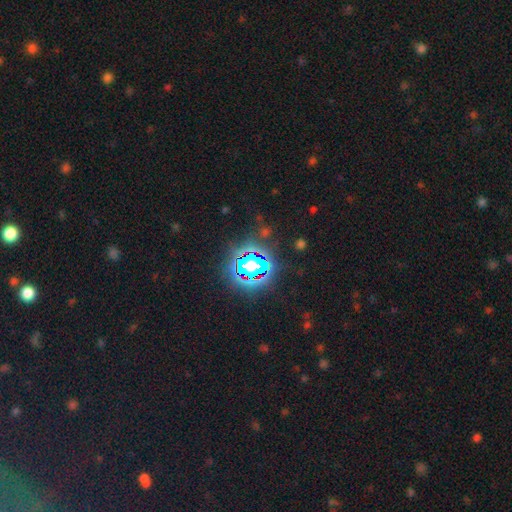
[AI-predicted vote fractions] star or artifact 82%, smooth 12%, featured or disk 6%.